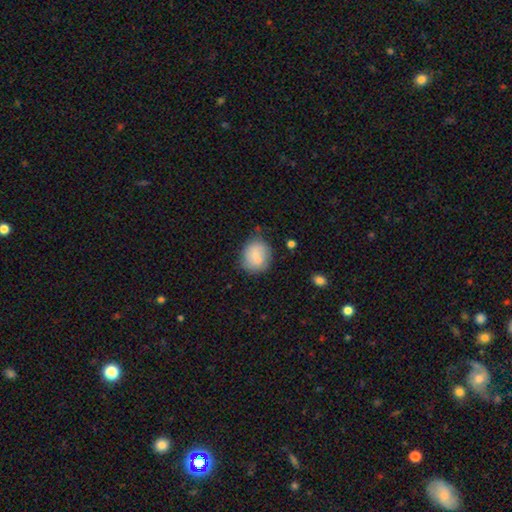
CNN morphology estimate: A smooth galaxy with no disk features (77%) that is round (70%).

Vote fractions:
- Smooth or featured? smooth: 77% / featured or disk: 16% / star or artifact: 8%
- How rounded? round: 70% / in between: 29% / cigar-shaped: 1%
- Merging? none: 65% / minor disturbance: 21% / merger: 8% / major disturbance: 6%